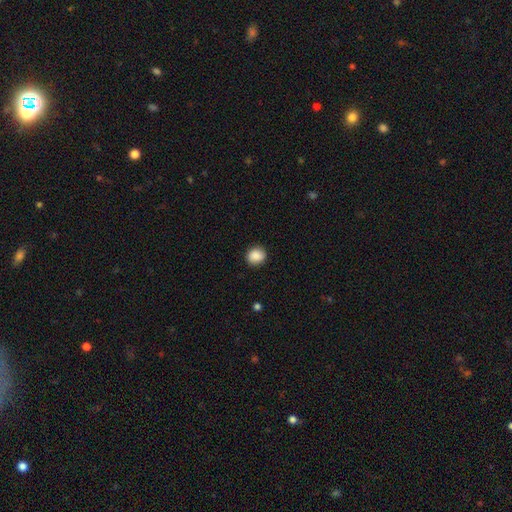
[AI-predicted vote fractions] Smooth or featured: smooth — 88% (star or artifact — 8%)
How rounded: round — 79% (in between — 20%)
Merging: none — 88% (minor disturbance — 9%)